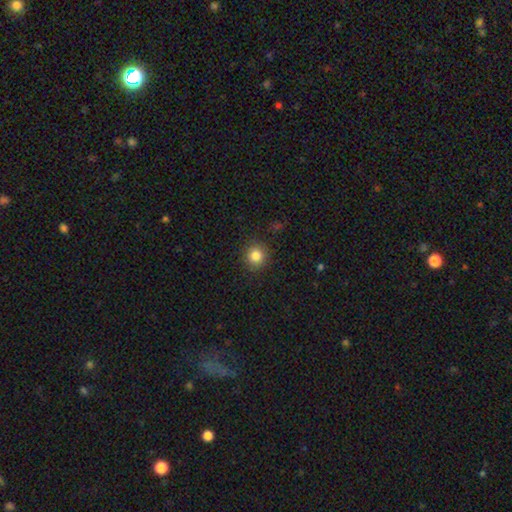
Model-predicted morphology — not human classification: smooth_or_featured: smooth (p=0.84) [alt: star or artifact p=0.11]
how_rounded: round (p=0.92) [alt: in between p=0.07]
merging: none (p=0.90) [alt: minor disturbance p=0.07]